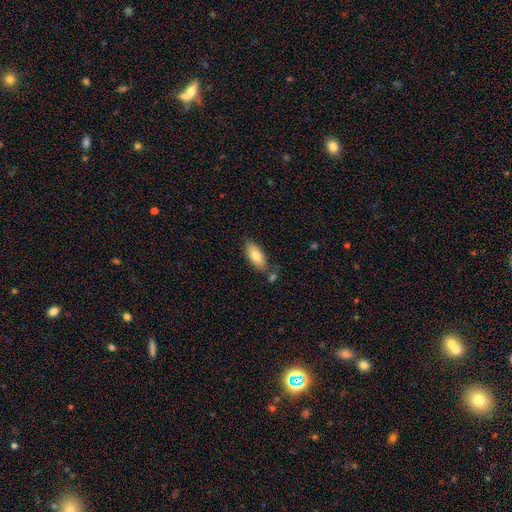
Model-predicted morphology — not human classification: Smooth or featured?
  - smooth: 81% *
  - featured or disk: 13%
  - star or artifact: 6%
How rounded?
  - in between: 85% *
  - cigar-shaped: 13%
  - round: 2%
Merging?
  - none: 76% *
  - minor disturbance: 14%
  - merger: 8%
  - major disturbance: 3%